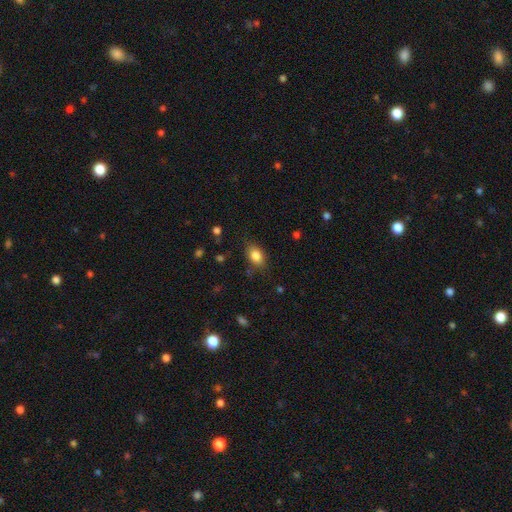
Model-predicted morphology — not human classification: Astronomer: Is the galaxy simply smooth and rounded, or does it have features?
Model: smooth — 84%.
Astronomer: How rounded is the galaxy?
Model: in between — 82%.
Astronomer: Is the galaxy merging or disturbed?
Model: none — 78%.